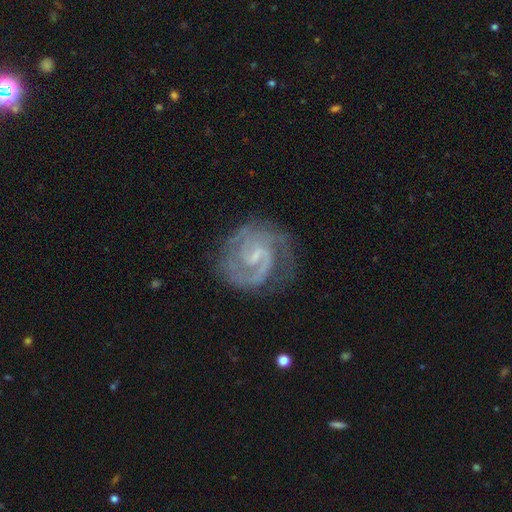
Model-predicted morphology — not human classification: Overall: featured or disk (90%). Edge-on disk: no (98%). Bar: weak (59%; no 23%). Spiral arms: yes (98%). Spiral arm count: 2 (76%). Spiral winding: tight (50%; medium 42%). Bulge size: small (61%; none 21%). Merging: none (73%).